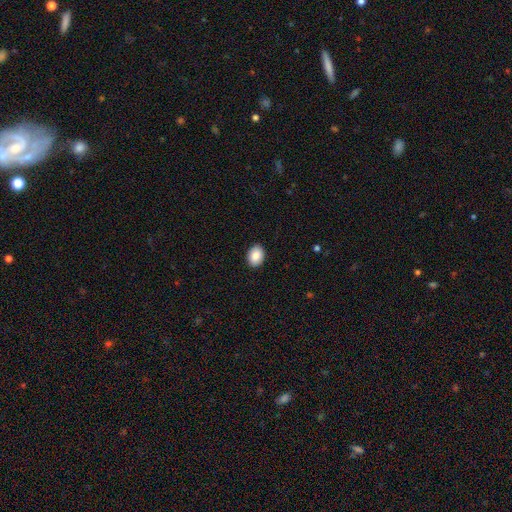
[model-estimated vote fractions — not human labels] Smooth or featured? Predicted: smooth (p=0.87). How rounded? Predicted: in between (p=0.71). Merging? Predicted: none (p=0.91).